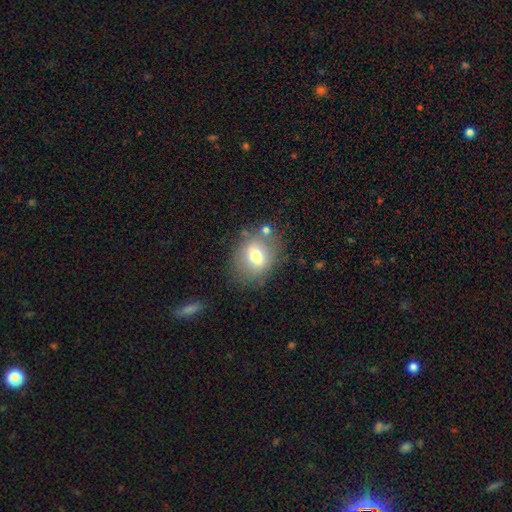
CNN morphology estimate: Smooth or featured?
  - smooth: 62% *
  - featured or disk: 27%
  - star or artifact: 11%
How rounded?
  - round: 55% *
  - in between: 43%
  - cigar-shaped: 1%
Merging?
  - none: 72% *
  - minor disturbance: 15%
  - merger: 7%
  - major disturbance: 7%